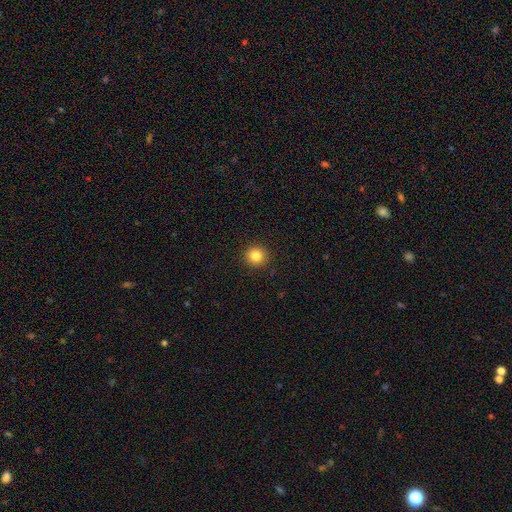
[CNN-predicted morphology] Smooth or featured: smooth — 84% (star or artifact — 11%)
How rounded: round — 94% (in between — 5%)
Merging: none — 93% (minor disturbance — 5%)